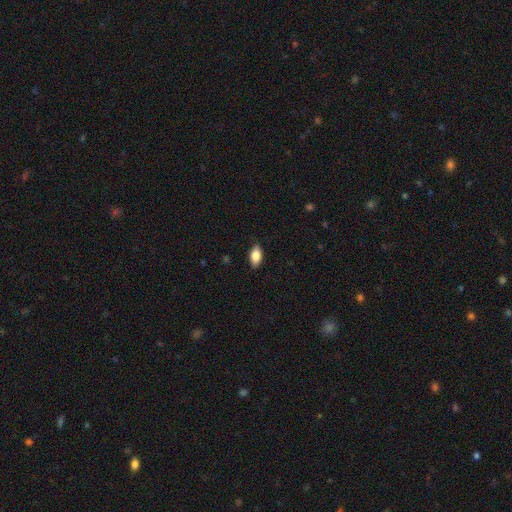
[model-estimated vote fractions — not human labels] A smooth galaxy with no disk features (82%) that is in between round and cigar-shaped (90%). Merging: none (86%).